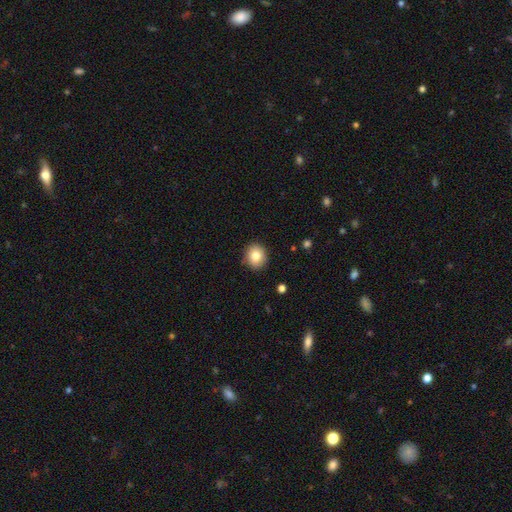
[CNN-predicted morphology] smooth_or_featured: smooth (p=0.82) [alt: star or artifact p=0.09]
how_rounded: round (p=0.80) [alt: in between p=0.19]
merging: none (p=0.89) [alt: minor disturbance p=0.08]